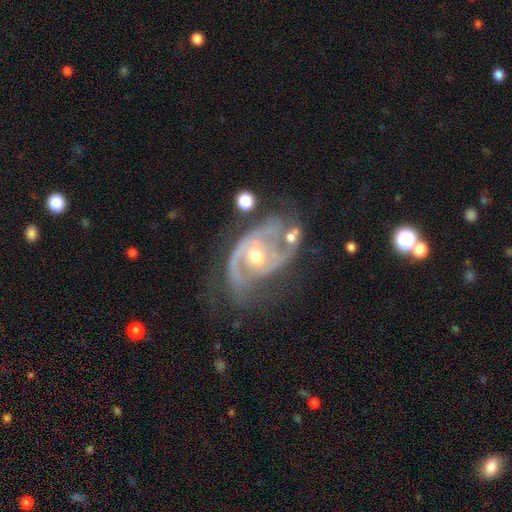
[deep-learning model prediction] smooth_or_featured: featured or disk (p=0.87) [alt: smooth p=0.07]
disk_edge_on: no (p=0.97) [alt: yes p=0.03]
bar: no (p=0.64) [alt: weak p=0.27]
has_spiral_arms: yes (p=0.92) [alt: no p=0.08]
spiral_winding: medium (p=0.45) [alt: tight p=0.39]
spiral_arm_count: 2 (p=0.55) [alt: can't tell p=0.16]
bulge_size: moderate (p=0.67) [alt: small p=0.27]
merging: none (p=0.42) [alt: major disturbance p=0.24]